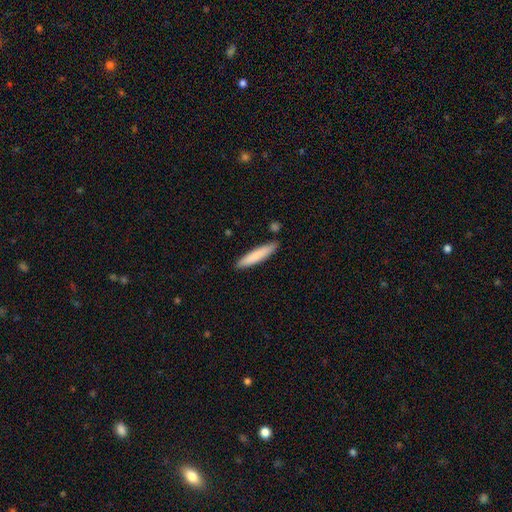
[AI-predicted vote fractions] Smooth or featured? Predicted: smooth (p=0.82). How rounded? Predicted: cigar-shaped (p=0.88). Merging? Predicted: none (p=0.85).